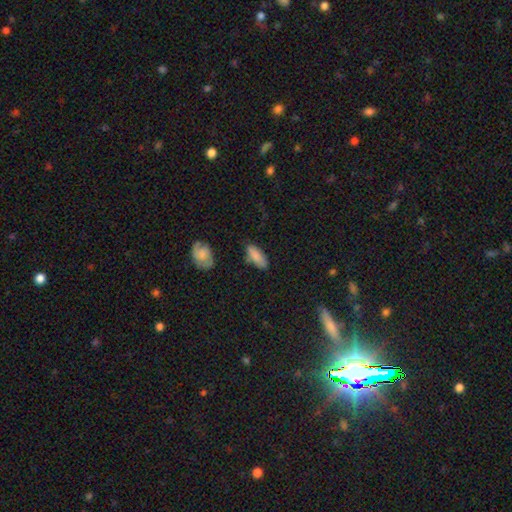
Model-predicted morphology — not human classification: Q: Smooth or featured?
A: smooth (84%); runner-up: featured or disk (9%)
Q: How rounded?
A: in between (79%); runner-up: cigar-shaped (19%)
Q: Merging?
A: none (74%); runner-up: minor disturbance (19%)